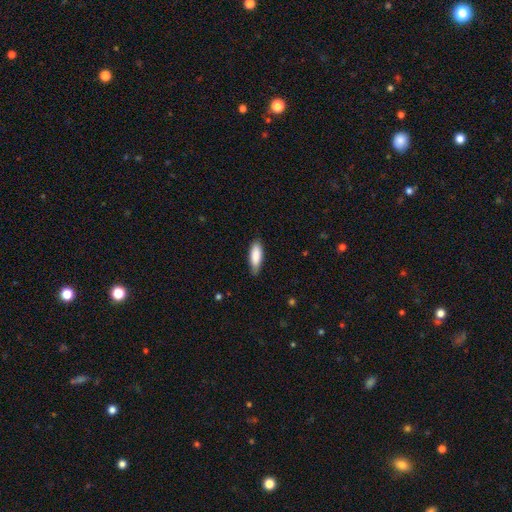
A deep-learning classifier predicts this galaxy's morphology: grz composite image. It shows a smooth galaxy with no disk features (86%) that is in between round and cigar-shaped (64%). Merging: none (77%).